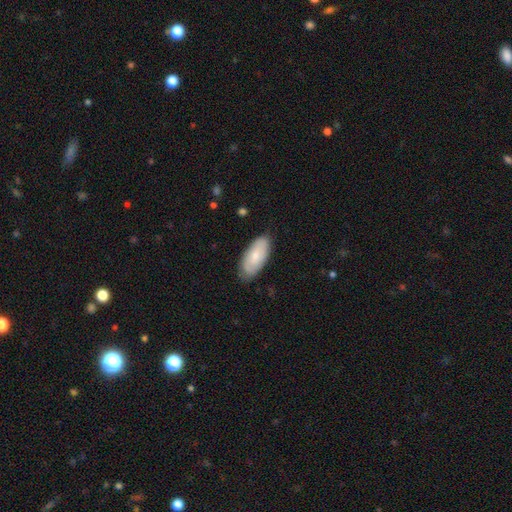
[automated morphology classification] This is likely a smooth galaxy (67%). How rounded: clearly in between (90%). Merging: likely none (80%).